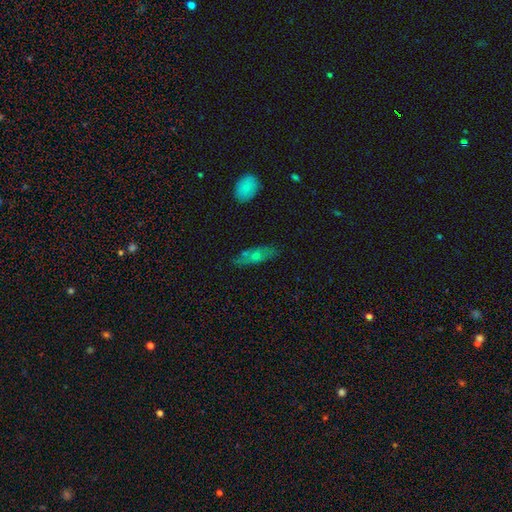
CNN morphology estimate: type=smooth (48%); merging=none (75%).